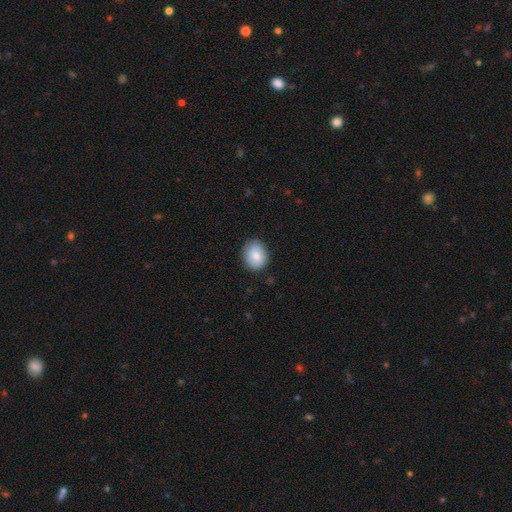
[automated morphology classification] A smooth galaxy with no disk features (84%) that is round (51%).

Vote fractions:
- Smooth or featured? smooth: 84% / featured or disk: 9% / star or artifact: 7%
- How rounded? round: 51% / in between: 48% / cigar-shaped: 1%
- Merging? none: 85% / minor disturbance: 12% / major disturbance: 2% / merger: 1%